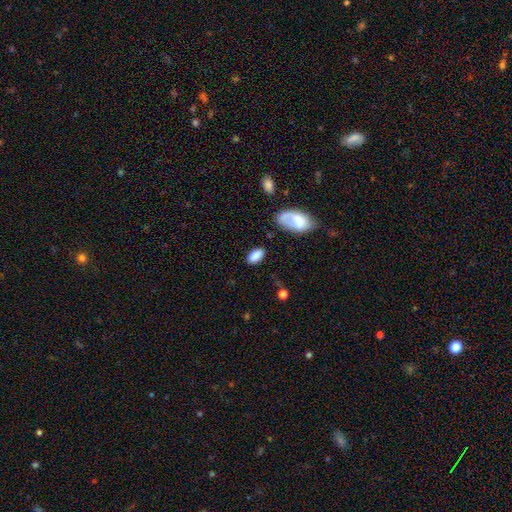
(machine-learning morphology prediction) This is clearly a smooth galaxy (85%). How rounded: clearly in between (92%). Merging: likely none (79%).